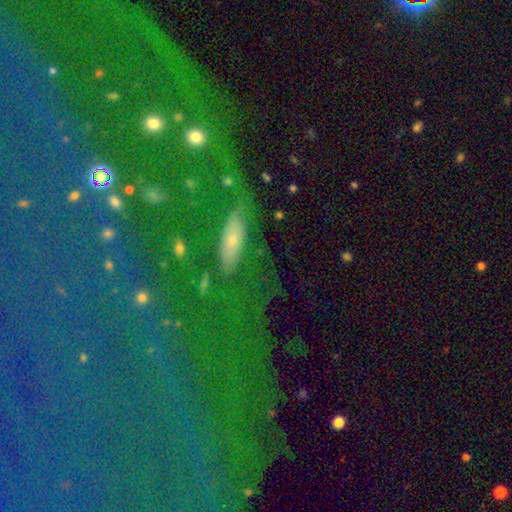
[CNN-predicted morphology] This is possibly a smooth galaxy (47%). Merging: likely none (74%).